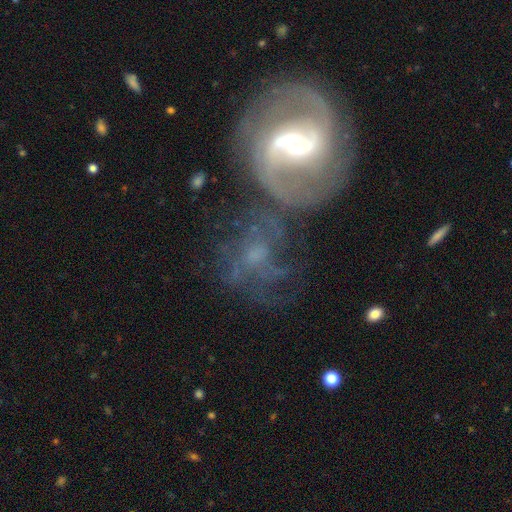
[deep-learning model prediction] A featured or disk galaxy (69%) with no bar (54%), spiral arms (75%) and a small central bulge (40%). Merging: merger (32%).